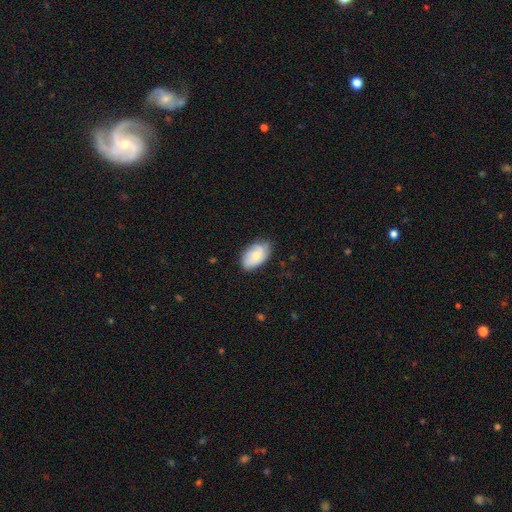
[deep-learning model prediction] This is possibly a smooth galaxy (59%). How rounded: clearly in between (92%). Merging: likely none (71%).